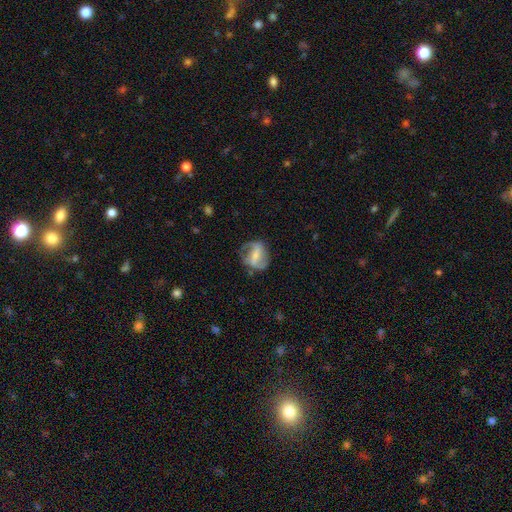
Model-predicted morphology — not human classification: smooth-or-featured: featured or disk: 74% | smooth: 19% | star or artifact: 7%
  disk-edge-on: no: 97% | yes: 3%
    bar: strong: 50% | weak: 34% | no: 15%
    has-spiral-arms: yes: 86% | no: 14%
      spiral-winding: medium: 42% | loose: 40% | tight: 18%
      spiral-arm-count: 2: 83% | can't tell: 8% | 1: 5% | 3: 2% | 4: 1% | more than 4: 1%
    bulge-size: small: 47% | moderate: 29% | none: 19% | large: 5% | dominant: 1%
  merging: none: 63% | minor disturbance: 21% | major disturbance: 14% | merger: 2%